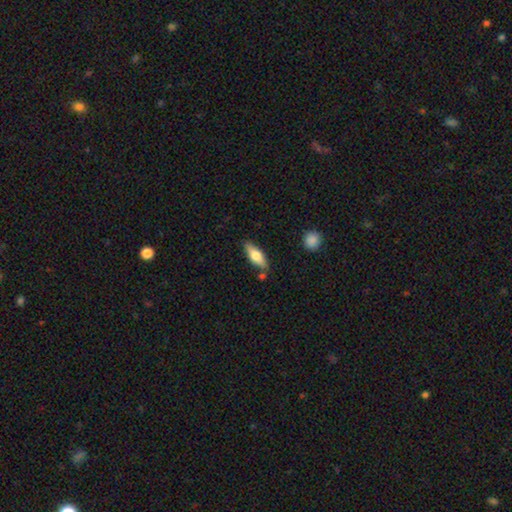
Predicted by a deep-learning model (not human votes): A smooth galaxy with no disk features (60%) that is in between round and cigar-shaped (58%).

Vote fractions:
- Smooth or featured? smooth: 60% / featured or disk: 34% / star or artifact: 6%
- How rounded? in between: 58% / cigar-shaped: 39% / round: 3%
- Merging? none: 80% / minor disturbance: 12% / merger: 5% / major disturbance: 3%